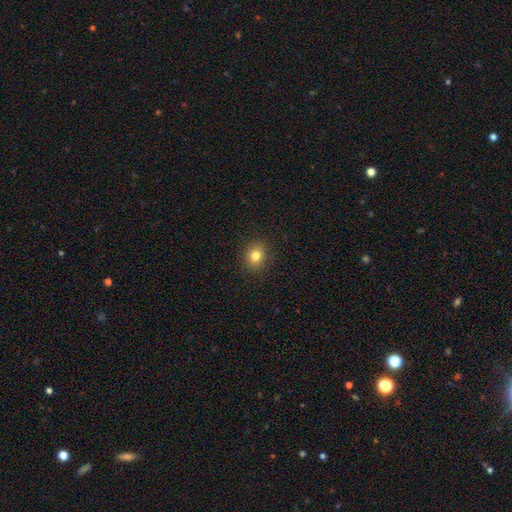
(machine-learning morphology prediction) A smooth galaxy with no disk features (81%) that is round (76%). Merging: none (90%).